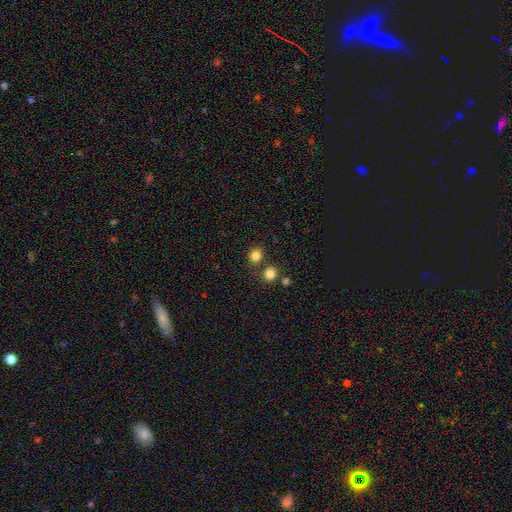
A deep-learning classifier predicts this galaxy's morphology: Smooth or featured: smooth — 82% (star or artifact — 14%)
How rounded: round — 84% (in between — 15%)
Merging: none — 75% (merger — 15%)